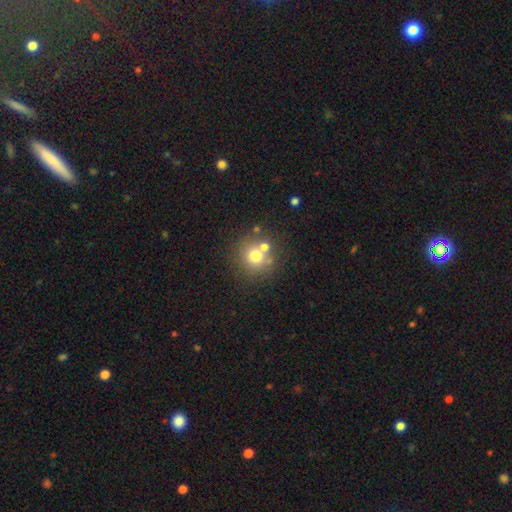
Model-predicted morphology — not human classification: Q: Smooth or featured?
A: smooth (69%); runner-up: featured or disk (16%)
Q: How rounded?
A: round (89%); runner-up: in between (10%)
Q: Merging?
A: none (63%); runner-up: merger (25%)